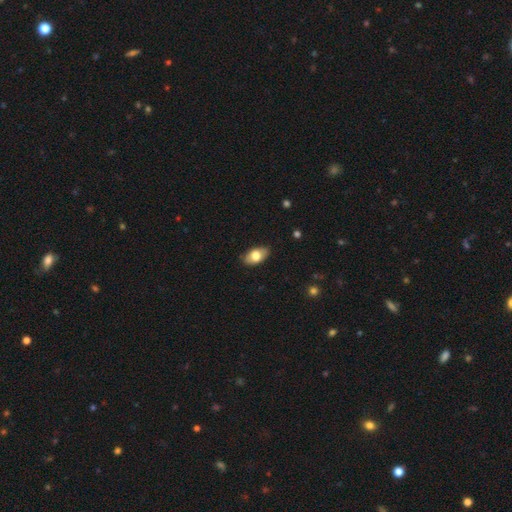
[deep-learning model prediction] This is likely a smooth galaxy (76%). How rounded: clearly in between (93%). Merging: clearly none (84%).